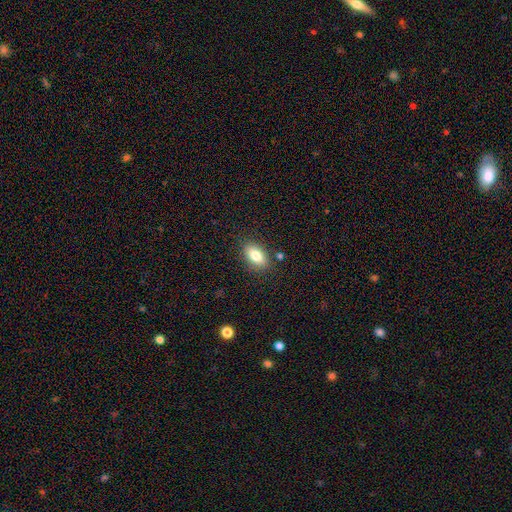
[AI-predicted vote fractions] Smooth or featured? smooth (81%)
How rounded? in between (88%)
Merging? none (84%)